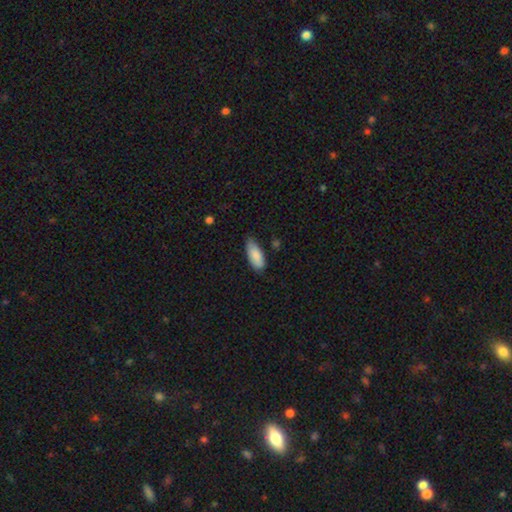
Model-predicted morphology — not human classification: This appears to be a smooth galaxy with no disk features (88%) that is in between round and cigar-shaped (79%). Merging: none (70%).